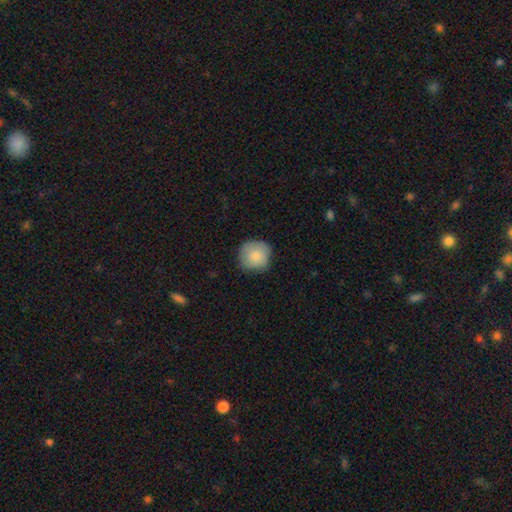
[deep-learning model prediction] smooth-or-featured: smooth: 81% | featured or disk: 12% | star or artifact: 7%
  how-rounded: round: 92% | in between: 7% | cigar-shaped: 1%
  merging: none: 78% | minor disturbance: 18% | major disturbance: 3% | merger: 1%